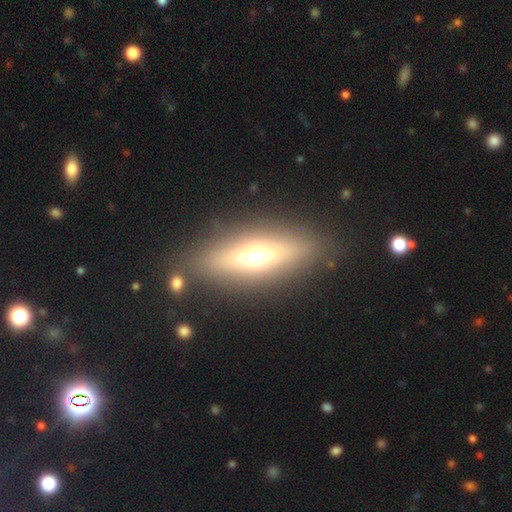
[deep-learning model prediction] Smooth or featured? Predicted: featured or disk (p=0.48). Merging? Predicted: none (p=0.86).